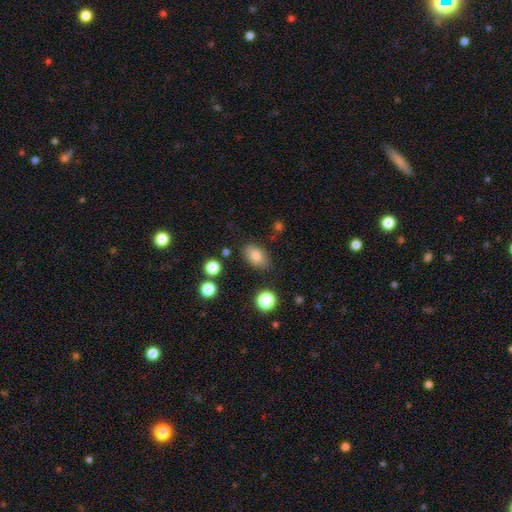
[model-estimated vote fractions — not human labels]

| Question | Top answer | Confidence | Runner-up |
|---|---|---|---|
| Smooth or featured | smooth | 81% | featured or disk (10%) |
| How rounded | in between | 89% | round (9%) |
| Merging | none | 81% | minor disturbance (13%) |